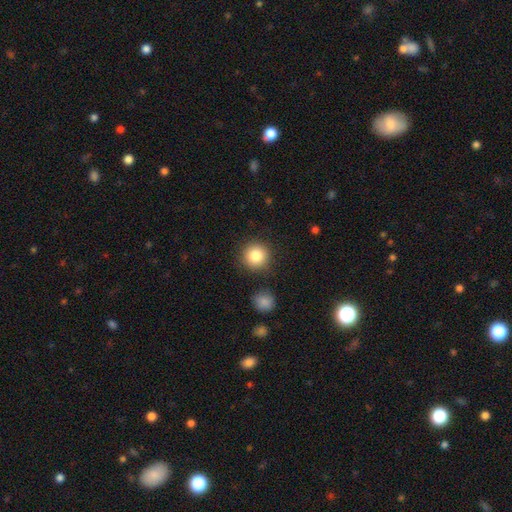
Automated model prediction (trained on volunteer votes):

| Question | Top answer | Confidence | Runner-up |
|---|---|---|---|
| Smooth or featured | smooth | 85% | star or artifact (9%) |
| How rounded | round | 94% | in between (5%) |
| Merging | none | 87% | minor disturbance (7%) |